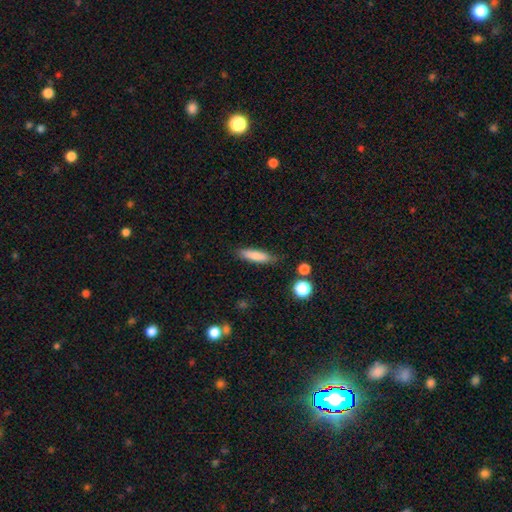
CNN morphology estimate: A smooth galaxy with no disk features (81%) that is cigar-shaped (75%). Merging: none (85%).